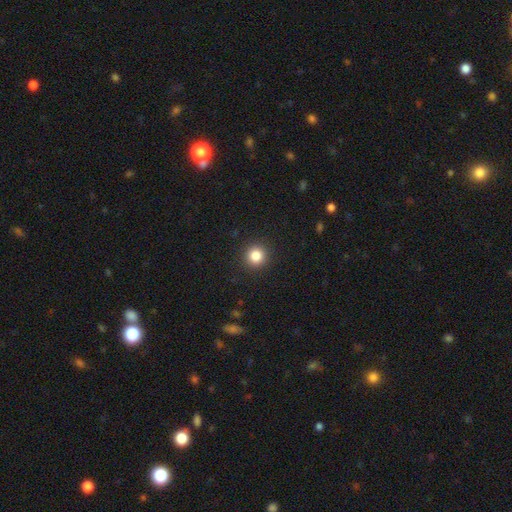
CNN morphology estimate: smooth 84%, star or artifact 11%, featured or disk 5%. Down the decision tree: how rounded — round (94%); merging — none (92%).